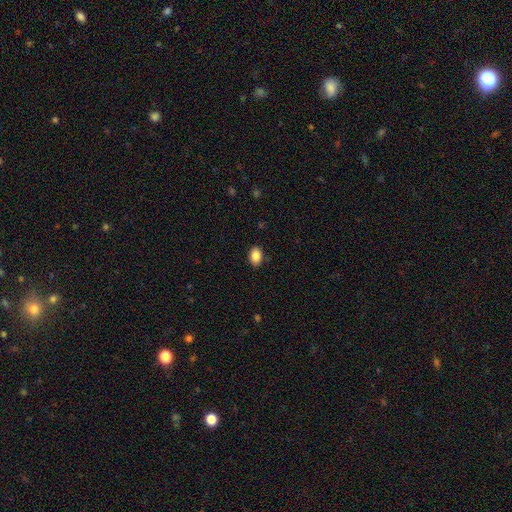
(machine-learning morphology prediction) smooth 87%, star or artifact 9%, featured or disk 5%. Down the decision tree: how rounded — in between (75%); merging — none (87%).